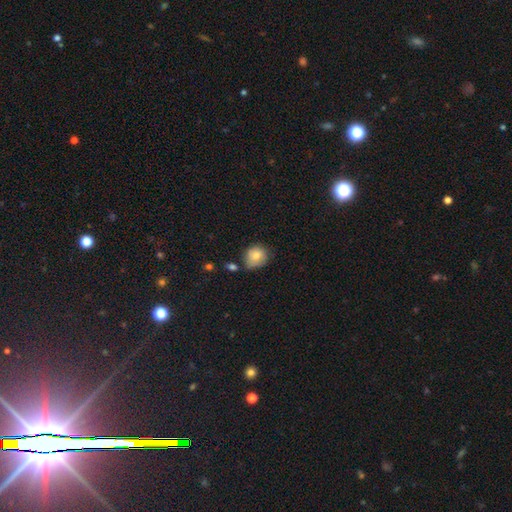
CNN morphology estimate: smooth-or-featured: smooth: 81% | featured or disk: 10% | star or artifact: 9%
  how-rounded: round: 73% | in between: 26% | cigar-shaped: 1%
  merging: none: 53% | minor disturbance: 32% | merger: 8% | major disturbance: 7%